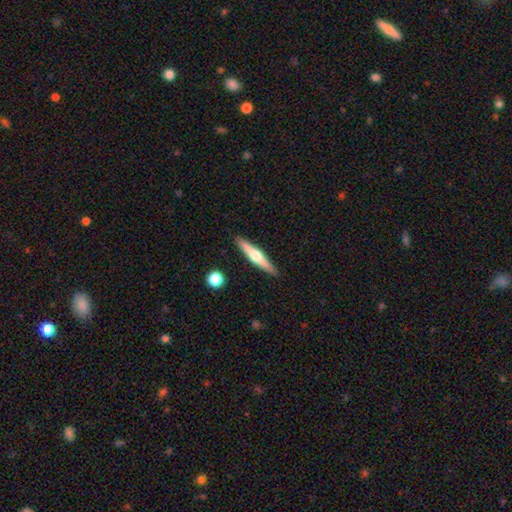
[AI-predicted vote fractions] A featured or disk galaxy (61%) viewed edge-on (97%) with a rounded central bulge (91%).

Vote fractions:
- Smooth or featured? featured or disk: 61% / smooth: 33% / star or artifact: 5%
- Edge-on disk? yes: 97% / no: 3%
- Edge-on bulge? rounded: 91% / none: 5% / boxy: 4%
- Merging? none: 91% / minor disturbance: 7% / major disturbance: 1% / merger: 1%